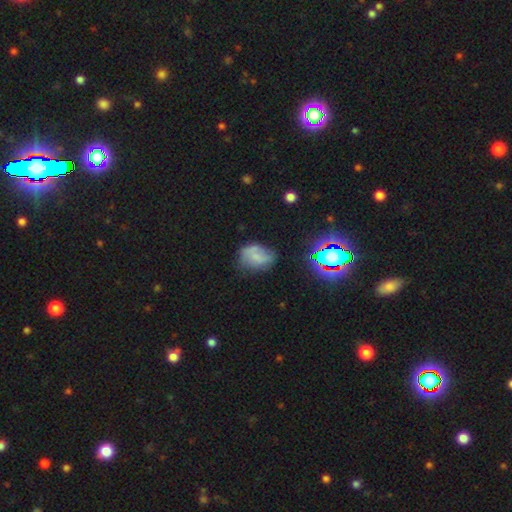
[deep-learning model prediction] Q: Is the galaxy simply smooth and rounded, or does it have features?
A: smooth — 54%.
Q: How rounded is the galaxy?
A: in between — 74%.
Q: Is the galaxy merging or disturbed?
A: none — 49%.